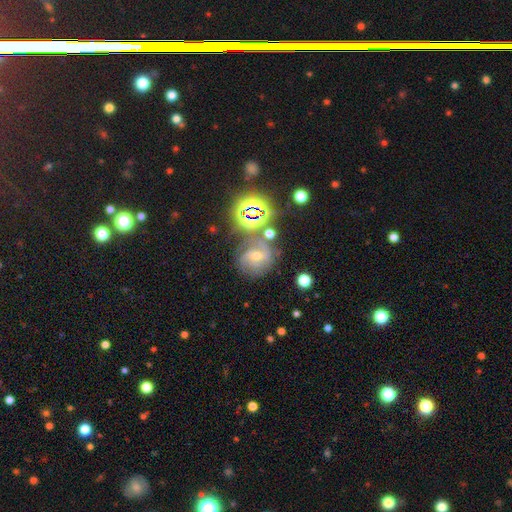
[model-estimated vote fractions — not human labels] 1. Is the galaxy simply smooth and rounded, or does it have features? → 55% featured or disk, 28% star or artifact, 17% smooth.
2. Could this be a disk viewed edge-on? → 96% no, 4% yes.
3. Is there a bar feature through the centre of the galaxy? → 40% no, 39% weak, 21% strong.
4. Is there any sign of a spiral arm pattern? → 87% yes, 13% no.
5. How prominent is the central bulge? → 55% moderate, 39% small, 3% large, 2% none, 1% dominant.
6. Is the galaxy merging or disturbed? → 64% none, 16% minor disturbance, 10% merger, 9% major disturbance.